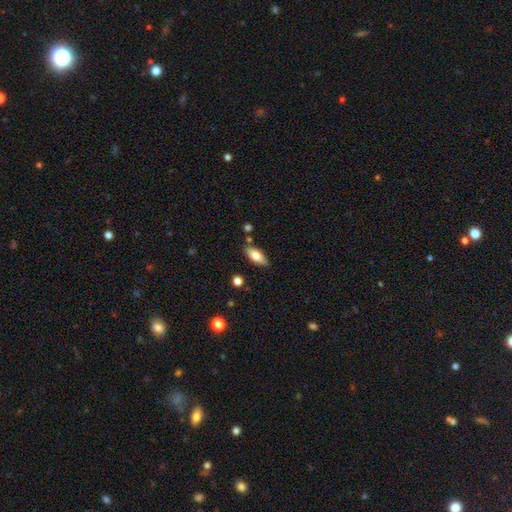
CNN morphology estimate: Smooth or featured?
  - smooth: 73% *
  - featured or disk: 20%
  - star or artifact: 7%
How rounded?
  - in between: 79% *
  - cigar-shaped: 18%
  - round: 2%
Merging?
  - none: 83% *
  - minor disturbance: 11%
  - merger: 3%
  - major disturbance: 2%